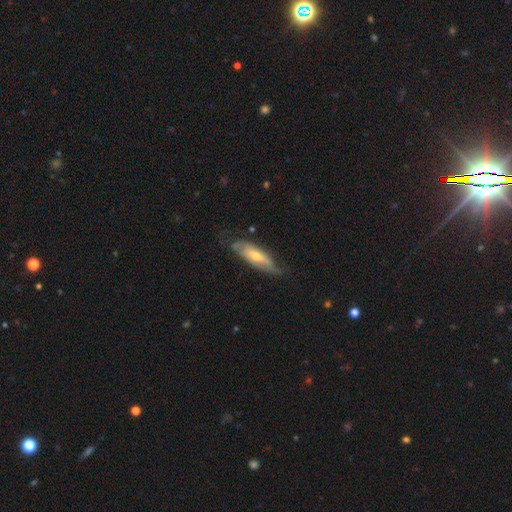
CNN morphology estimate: smooth_or_featured: featured or disk (p=0.60) [alt: smooth p=0.34]
disk_edge_on: no (p=0.65) [alt: yes p=0.35]
merging: none (p=0.63) [alt: minor disturbance p=0.27]